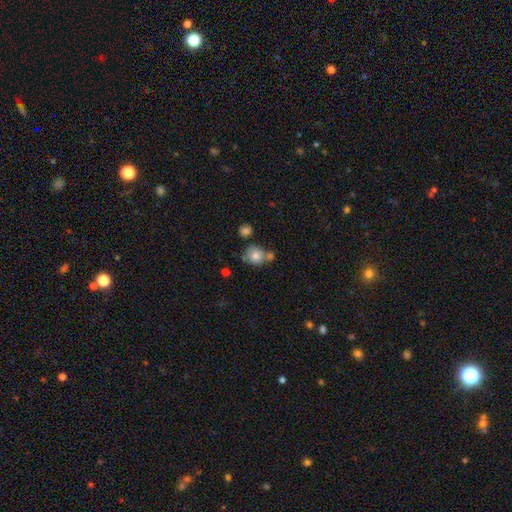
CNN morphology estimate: smooth-or-featured: smooth: 76% | featured or disk: 15% | star or artifact: 9%
  how-rounded: round: 77% | in between: 22% | cigar-shaped: 1%
  merging: none: 49% | merger: 28% | minor disturbance: 17% | major disturbance: 6%